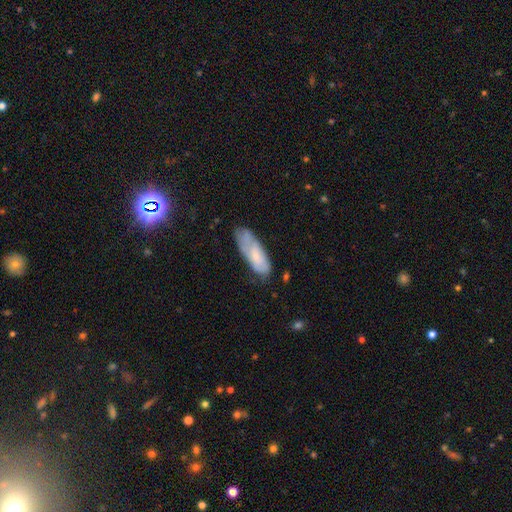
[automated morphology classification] A smooth galaxy with no disk features (57%) that is in between round and cigar-shaped (62%).

Vote fractions:
- Smooth or featured? smooth: 57% / featured or disk: 35% / star or artifact: 8%
- How rounded? in between: 62% / cigar-shaped: 36% / round: 2%
- Merging? none: 50% / minor disturbance: 33% / major disturbance: 13% / merger: 3%